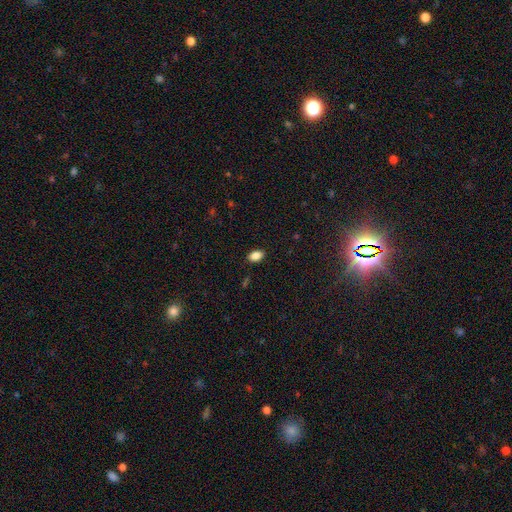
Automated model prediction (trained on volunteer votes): smooth_or_featured: smooth (p=0.87) [alt: star or artifact p=0.09]
how_rounded: in between (p=0.87) [alt: round p=0.11]
merging: none (p=0.87) [alt: minor disturbance p=0.10]